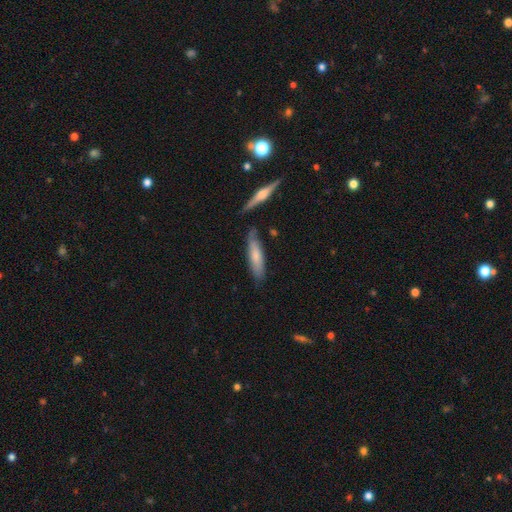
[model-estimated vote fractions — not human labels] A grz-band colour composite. It shows a smooth galaxy with no disk features (66%) that is cigar-shaped (74%). Merging: none (74%).